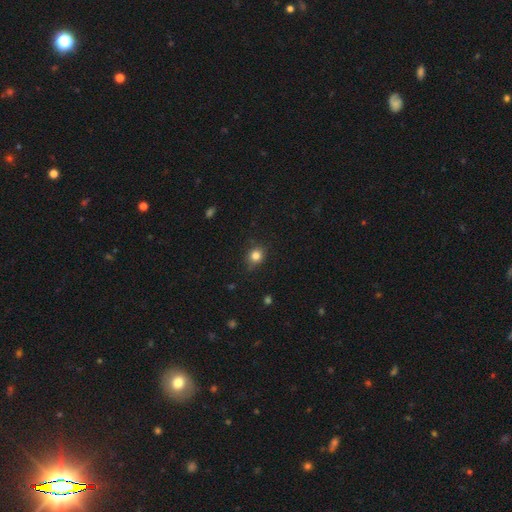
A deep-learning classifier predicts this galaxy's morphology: A smooth galaxy with no disk features (82%) that is round (74%). Merging: none (79%).